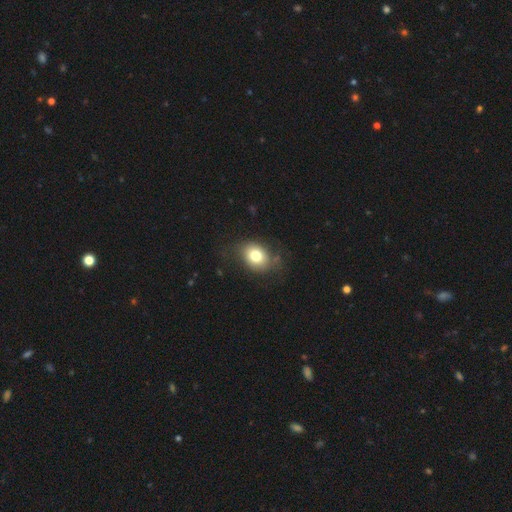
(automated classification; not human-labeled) Smooth or featured? Predicted: smooth (p=0.76). How rounded? Predicted: in between (p=0.58). Merging? Predicted: none (p=0.73).